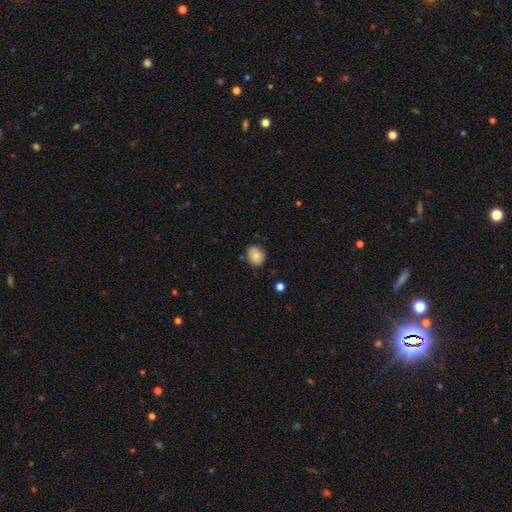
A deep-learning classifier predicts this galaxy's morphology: This is clearly a smooth galaxy (84%). How rounded: likely round (66%). Merging: clearly none (83%).